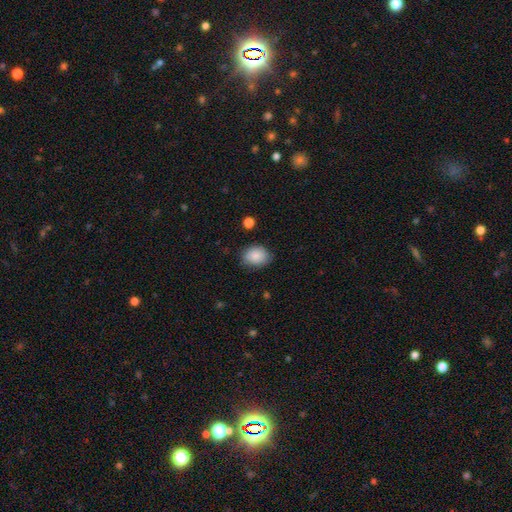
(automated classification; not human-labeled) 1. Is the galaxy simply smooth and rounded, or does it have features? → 87% smooth, 7% star or artifact, 5% featured or disk.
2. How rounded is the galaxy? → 63% in between, 37% round, 1% cigar-shaped.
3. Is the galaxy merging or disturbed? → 77% none, 18% minor disturbance, 4% major disturbance, 2% merger.